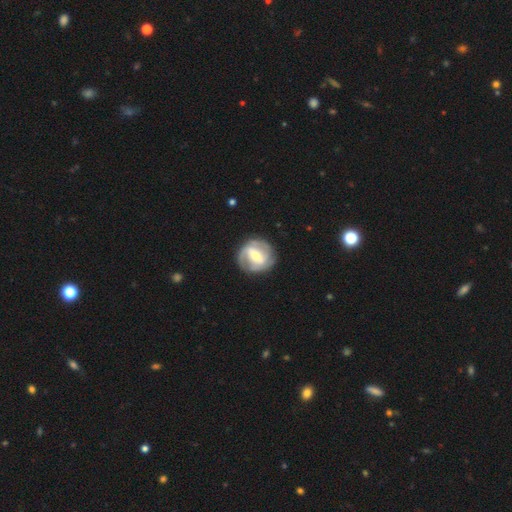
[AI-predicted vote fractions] The model was most divided on "bar": strong: 46%, weak: 40%, no: 14%. Remaining: edge-on disk — no (97%); spiral arms — yes (89%); merging — none (80%); smooth or featured — featured or disk (78%); spiral arm count — 2 (55%); bulge size — moderate (53%); spiral winding — tight (50%).